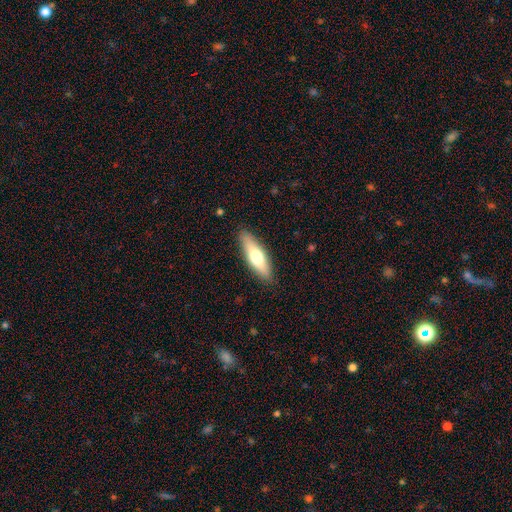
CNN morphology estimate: type=smooth (60%); roundness=cigar-shaped (55%); merging=none (88%).